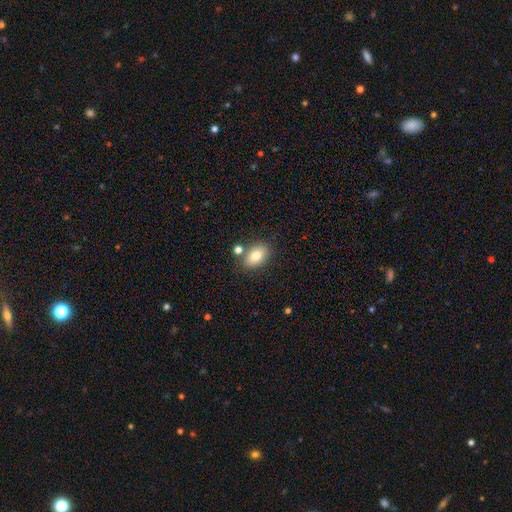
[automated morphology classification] smooth_or_featured: smooth (p=0.79) [alt: featured or disk p=0.13]
how_rounded: in between (p=0.86) [alt: round p=0.12]
merging: none (p=0.74) [alt: merger p=0.12]